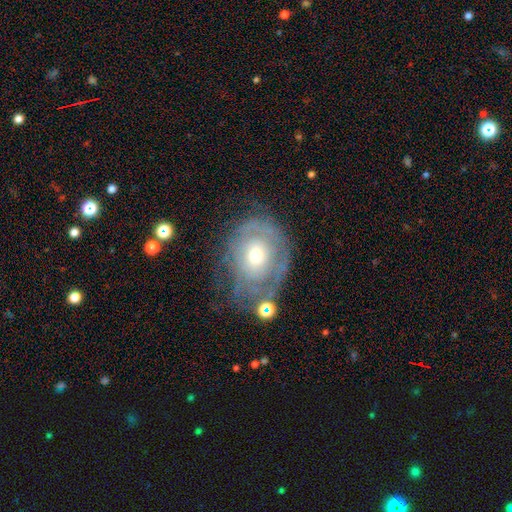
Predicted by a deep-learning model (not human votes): Morphology: type=featured or disk (63%); edge-on=no (95%); bar=no (82%); spiral arms=yes (60%); bulge=moderate (56%); merging=none (47%).